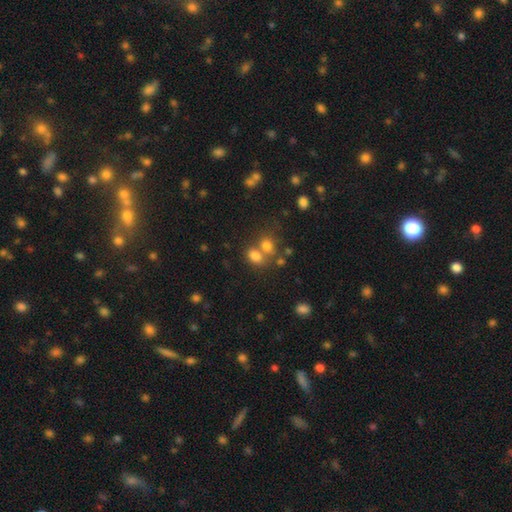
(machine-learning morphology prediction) smooth-or-featured: smooth: 76% | star or artifact: 14% | featured or disk: 10%
  how-rounded: in between: 62% | round: 36% | cigar-shaped: 1%
  merging: merger: 43% | none: 42% | minor disturbance: 10% | major disturbance: 5%